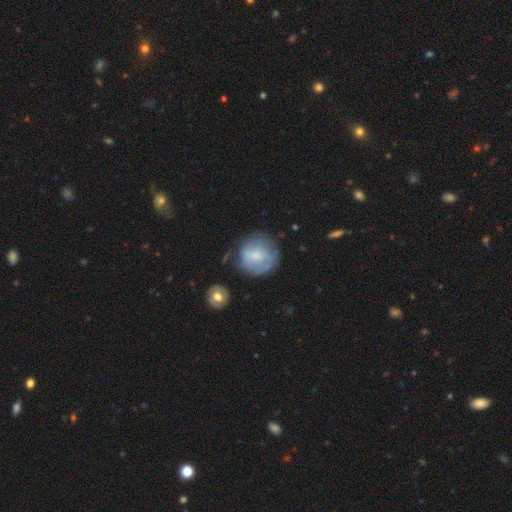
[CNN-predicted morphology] This is possibly a smooth galaxy (57%). How rounded: clearly round (88%). Merging: likely none (63%).